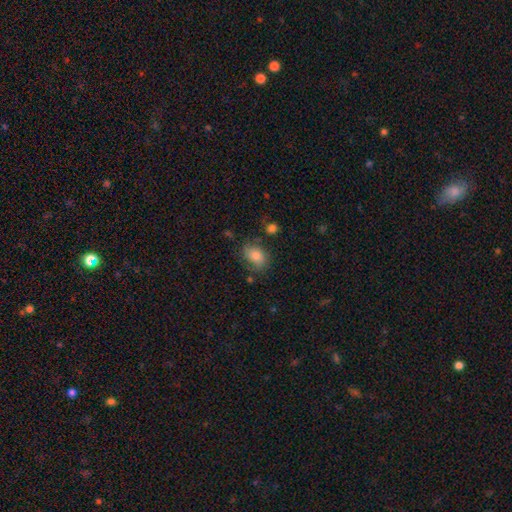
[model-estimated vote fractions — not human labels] smooth 79%, featured or disk 12%, star or artifact 9%. Down the decision tree: how rounded — in between (71%); merging — none (65%).